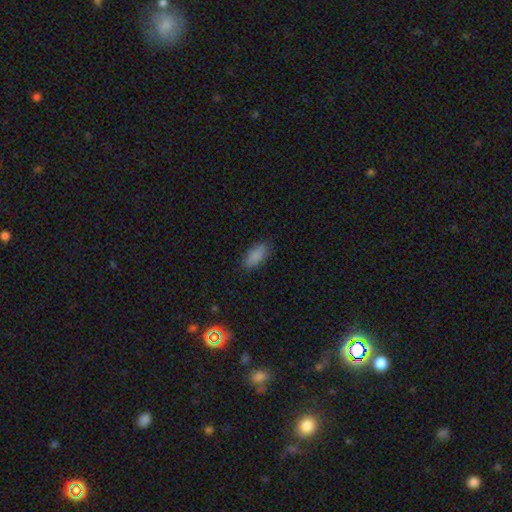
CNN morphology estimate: Smooth or featured? smooth (86%)
How rounded? in between (87%)
Merging? none (82%)